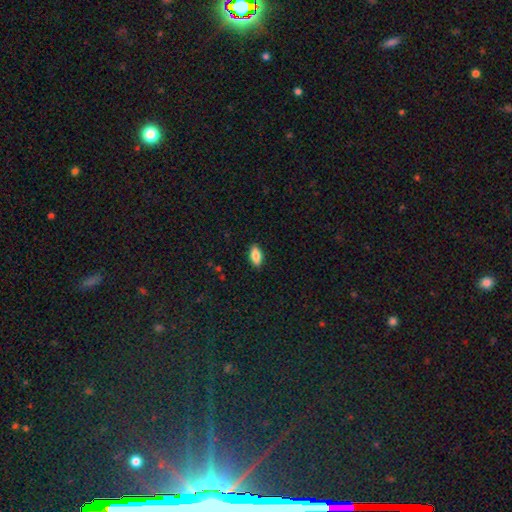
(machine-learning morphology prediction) A smooth galaxy with no disk features (83%) that is in between round and cigar-shaped (88%). Merging: none (89%).